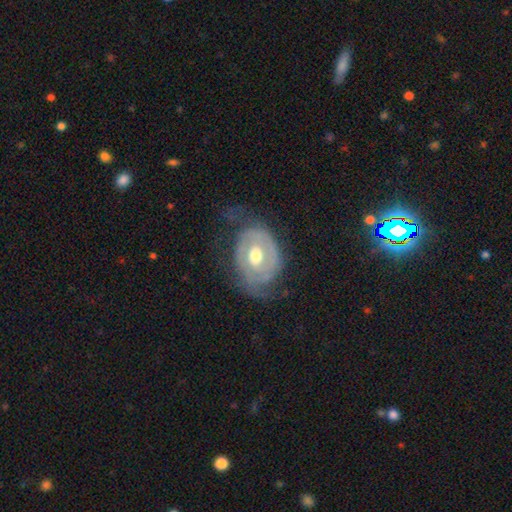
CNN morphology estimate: A featured or disk galaxy (76%) with no bar (60%), 2 (43%) tight (58%) spiral arms (72%) and a moderate central bulge (78%). Merging: none (54%).